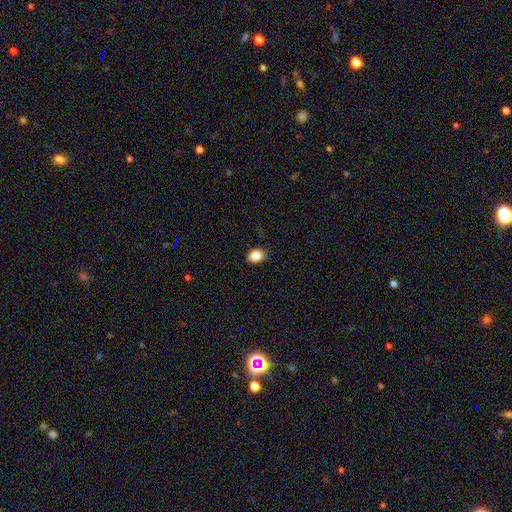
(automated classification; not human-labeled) Morphology: type=smooth (86%); roundness=round (52%); merging=none (85%).